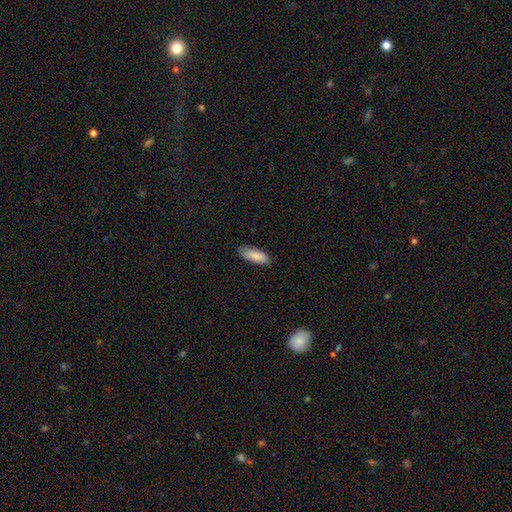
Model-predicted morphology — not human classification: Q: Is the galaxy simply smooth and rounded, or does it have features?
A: smooth — 88%.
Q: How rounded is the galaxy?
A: in between — 76%.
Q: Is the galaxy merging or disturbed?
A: none — 82%.